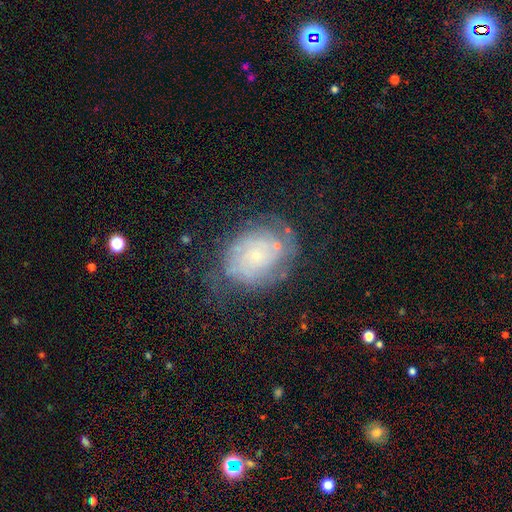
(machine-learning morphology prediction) Smooth or featured: featured or disk — 65% (smooth — 26%)
Edge-on disk: no — 97% (yes — 3%)
Bar: no — 82% (weak — 15%)
Spiral arms: yes — 78% (no — 22%)
Bulge size: small — 79% (moderate — 12%)
Merging: none — 57% (minor disturbance — 24%)